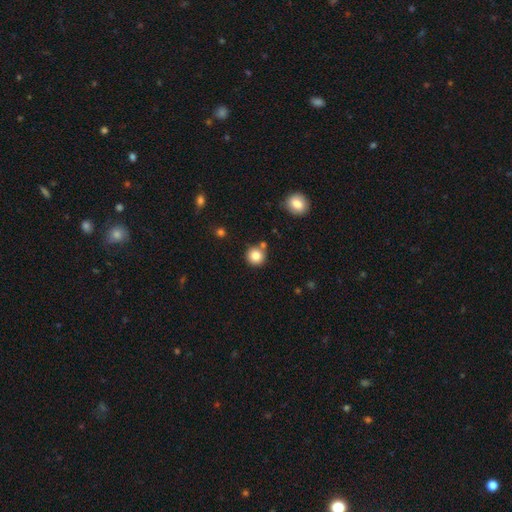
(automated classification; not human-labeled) This appears to be a smooth galaxy with no disk features (83%) that is round (93%). Merging: none (79%).